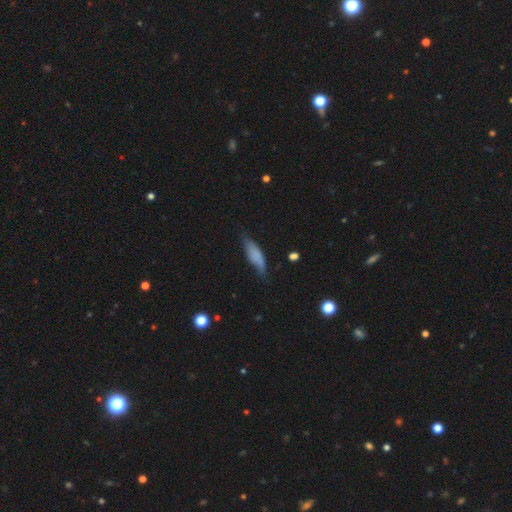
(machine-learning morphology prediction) This appears to be a smooth galaxy with no disk features (67%) that is in between round and cigar-shaped (49%). Merging: none (58%).